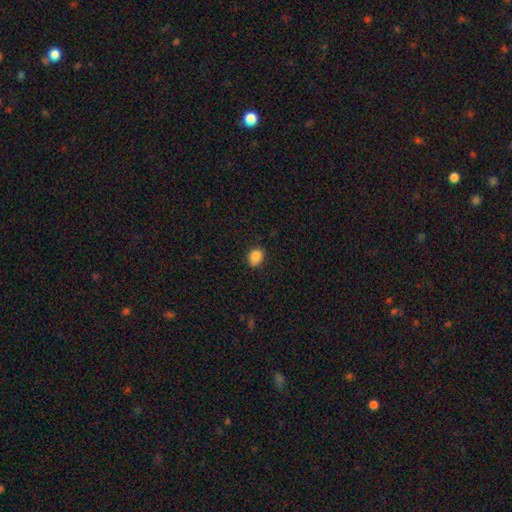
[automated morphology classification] The model was most divided on "how rounded": round: 51%, in between: 48%, cigar-shaped: 1%. More confident: smooth or featured — smooth (86%); merging — none (81%).